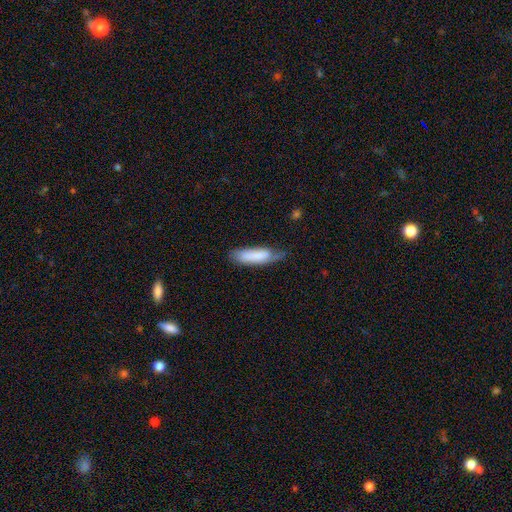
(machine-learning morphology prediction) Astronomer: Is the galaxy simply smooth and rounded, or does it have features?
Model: smooth — 77%.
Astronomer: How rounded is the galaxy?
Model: cigar-shaped — 57% (runner-up: in between, 42%).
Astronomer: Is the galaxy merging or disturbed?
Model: none — 53% (runner-up: minor disturbance, 35%).